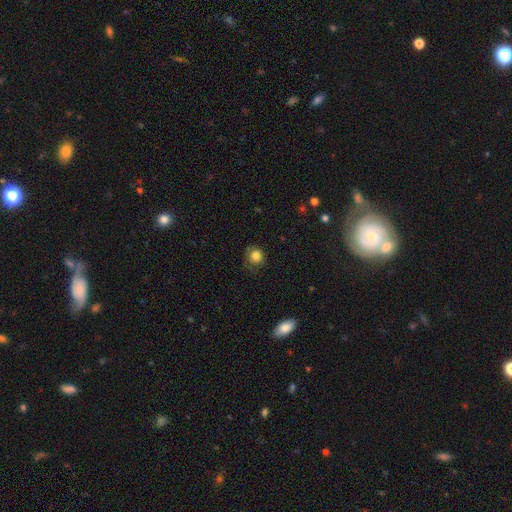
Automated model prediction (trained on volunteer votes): smooth 79%, star or artifact 11%, featured or disk 10%. Down the decision tree: how rounded — round (83%); merging — none (68%).